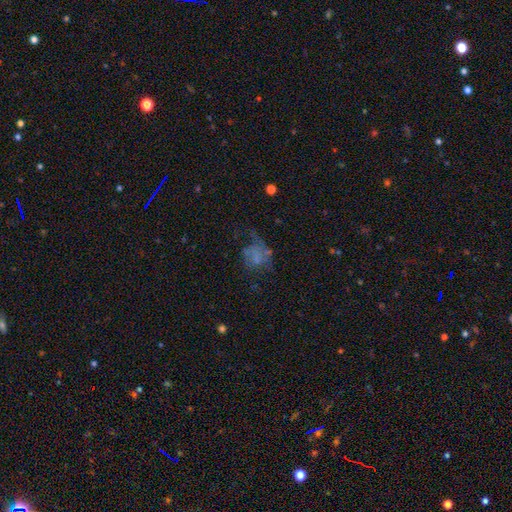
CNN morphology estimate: A smooth galaxy with no disk features (42%).

Vote fractions:
- Smooth or featured? smooth: 42% / featured or disk: 40% / star or artifact: 17%
- Merging? major disturbance: 45% / none: 29% / minor disturbance: 20% / merger: 6%